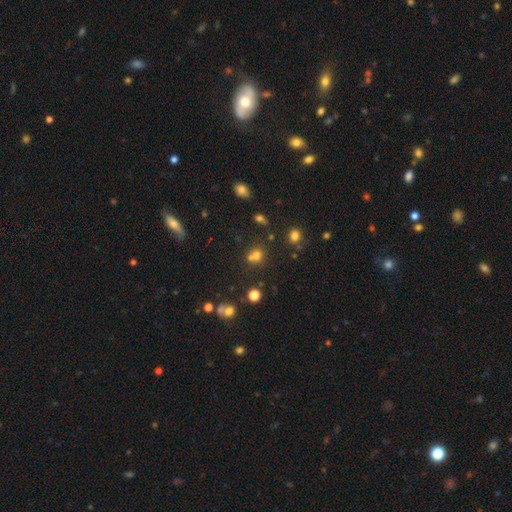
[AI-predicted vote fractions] Smooth or featured: smooth — 66% (star or artifact — 22%)
How rounded: round — 79% (in between — 20%)
Merging: none — 48% (merger — 40%)